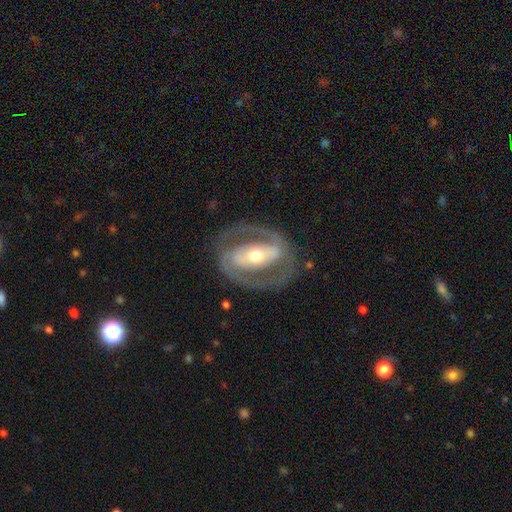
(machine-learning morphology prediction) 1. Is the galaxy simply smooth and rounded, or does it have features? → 84% featured or disk, 11% smooth, 4% star or artifact.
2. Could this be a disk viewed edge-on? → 94% no, 6% yes.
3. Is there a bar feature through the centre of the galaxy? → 59% strong, 22% weak, 19% no.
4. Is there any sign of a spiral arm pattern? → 74% yes, 26% no.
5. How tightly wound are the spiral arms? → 44% medium, 41% tight, 15% loose.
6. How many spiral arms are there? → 86% 2, 7% can't tell, 4% 1, 1% 3, 1% 4, 1% more than 4.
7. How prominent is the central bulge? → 62% moderate, 28% small, 8% large, 1% dominant, 1% none.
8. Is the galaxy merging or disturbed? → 79% none, 11% minor disturbance, 8% major disturbance, 1% merger.